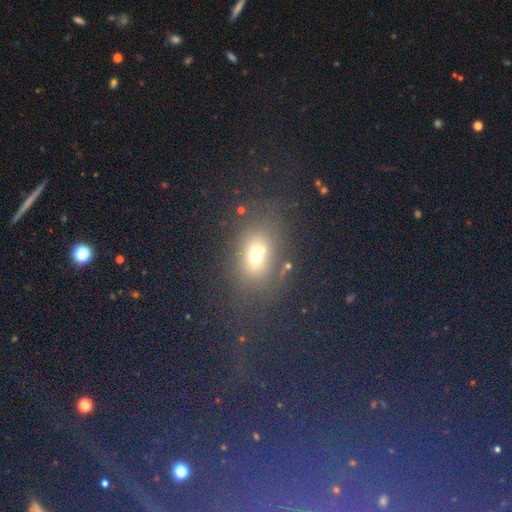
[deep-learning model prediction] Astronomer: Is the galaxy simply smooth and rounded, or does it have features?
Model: smooth — 62%.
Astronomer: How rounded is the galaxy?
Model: in between — 57% (runner-up: round, 41%).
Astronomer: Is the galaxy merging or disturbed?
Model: none — 54%.